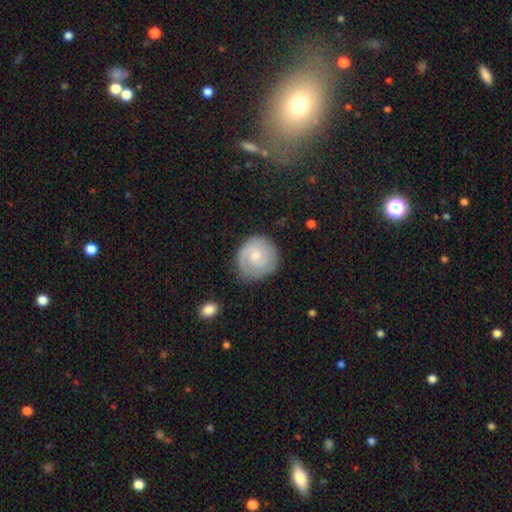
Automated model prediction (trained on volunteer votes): Morphology: type=featured or disk (58%); edge-on=no (98%); bar=no (55%); spiral arms=yes (90%); winding=tight (56%); arm count=2 (55%); bulge=small (47%); merging=none (76%).